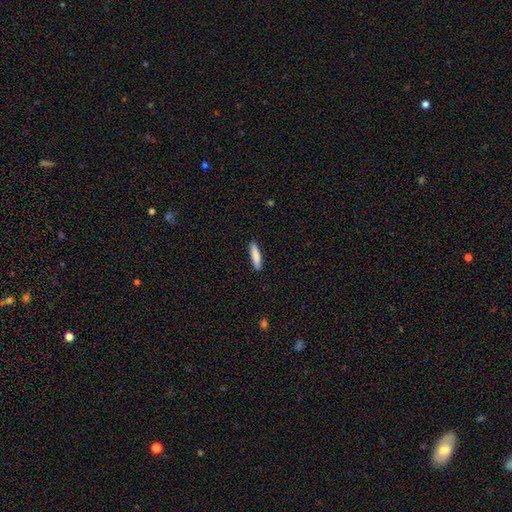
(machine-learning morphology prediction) Smooth or featured? Predicted: smooth (p=0.83). How rounded? Predicted: cigar-shaped (p=0.82). Merging? Predicted: none (p=0.90).